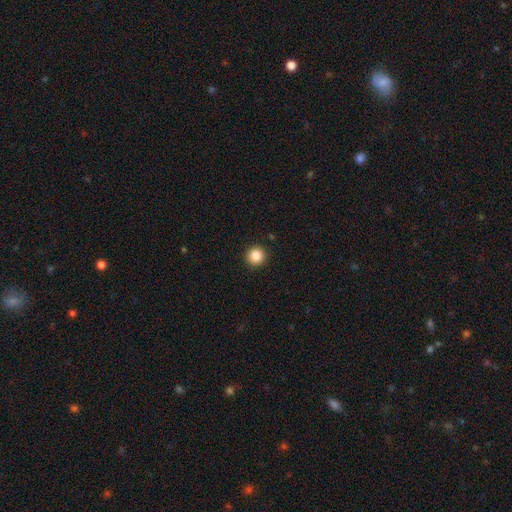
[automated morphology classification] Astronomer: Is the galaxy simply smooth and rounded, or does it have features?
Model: smooth — 86%.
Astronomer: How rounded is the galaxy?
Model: round — 95%.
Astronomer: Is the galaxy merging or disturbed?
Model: none — 93%.